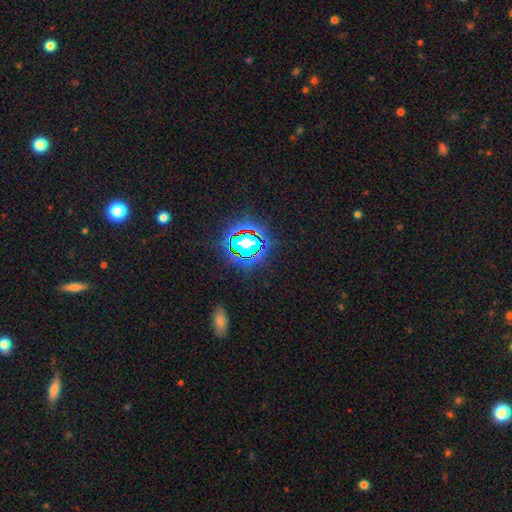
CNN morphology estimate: Smooth or featured: star or artifact — 81% (smooth — 11%)